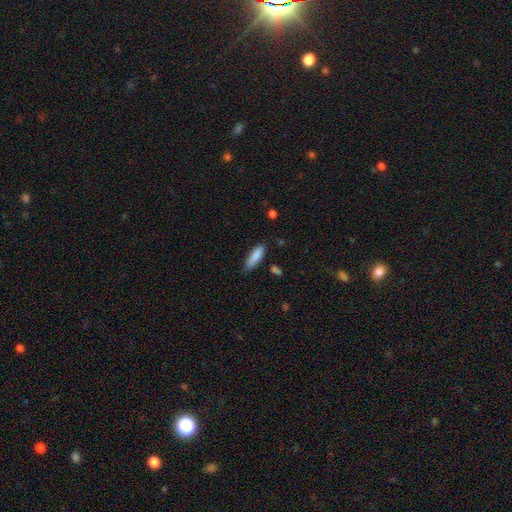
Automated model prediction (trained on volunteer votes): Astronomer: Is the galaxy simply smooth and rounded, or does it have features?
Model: smooth — 84%.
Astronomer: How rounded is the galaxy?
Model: cigar-shaped — 56% (runner-up: in between, 43%).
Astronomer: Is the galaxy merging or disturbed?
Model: none — 70%.